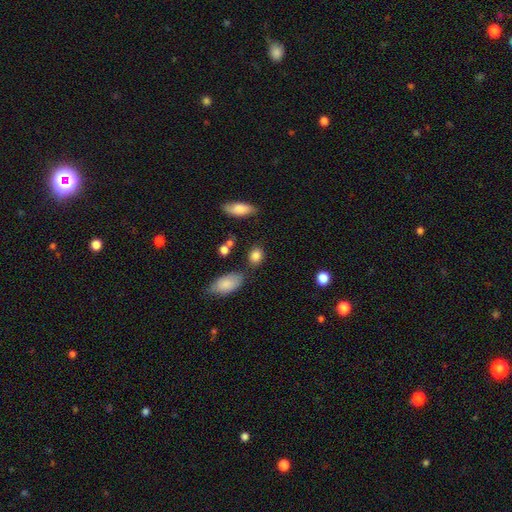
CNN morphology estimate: type=smooth (85%); roundness=in between (61%); merging=none (73%).